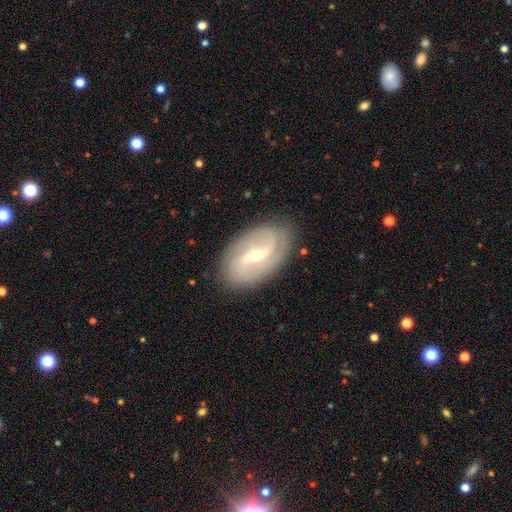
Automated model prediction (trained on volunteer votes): Q: Smooth or featured?
A: featured or disk (85%); runner-up: smooth (10%)
Q: Edge-on disk?
A: no (95%); runner-up: yes (5%)
Q: Bar?
A: weak (48%); runner-up: strong (32%)
Q: Spiral arms?
A: yes (93%); runner-up: no (7%)
Q: Spiral winding?
A: medium (39%); runner-up: loose (37%)
Q: Spiral arm count?
A: 2 (80%); runner-up: can't tell (9%)
Q: Bulge size?
A: small (59%); runner-up: moderate (39%)
Q: Merging?
A: none (84%); runner-up: minor disturbance (12%)